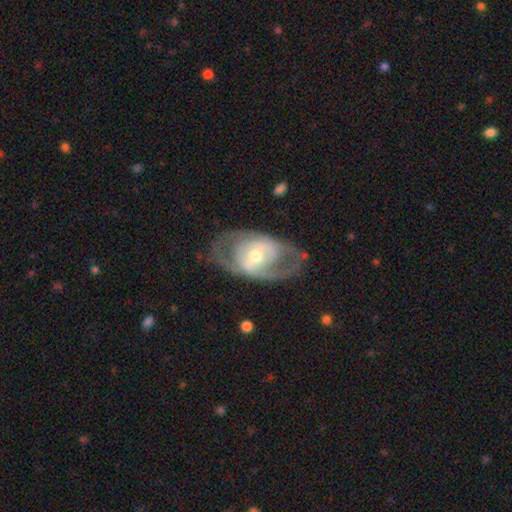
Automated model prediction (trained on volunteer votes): Smooth or featured?
  - featured or disk: 74% *
  - smooth: 21%
  - star or artifact: 5%
Edge-on disk?
  - no: 92% *
  - yes: 8%
Bar?
  - no: 52% *
  - weak: 30%
  - strong: 17%
Spiral arms?
  - yes: 52% *
  - no: 48%
Bulge size?
  - moderate: 59% *
  - small: 32%
  - large: 6%
  - dominant: 1%
  - none: 1%
Merging?
  - none: 71% *
  - minor disturbance: 16%
  - major disturbance: 11%
  - merger: 2%